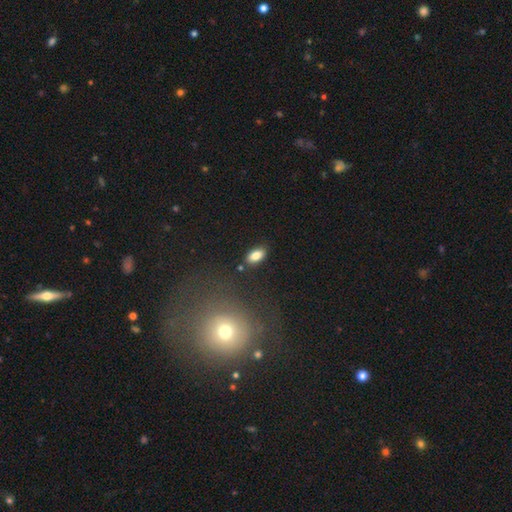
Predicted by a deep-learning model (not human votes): Smooth or featured: smooth — 83% (featured or disk — 9%)
How rounded: in between — 91% (round — 4%)
Merging: none — 85% (minor disturbance — 10%)